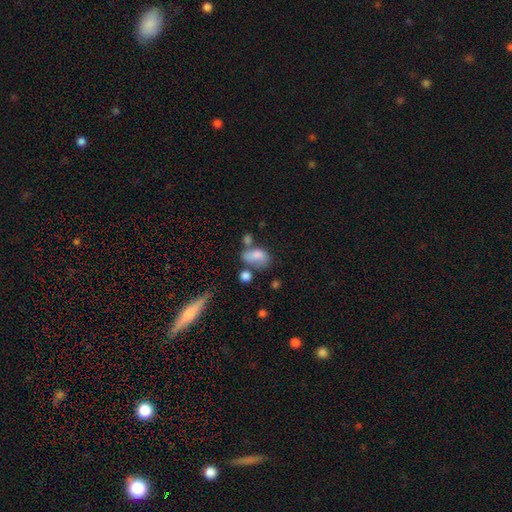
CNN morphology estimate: smooth_or_featured: smooth (p=0.74) [alt: featured or disk p=0.15]
how_rounded: in between (p=0.85) [alt: round p=0.13]
merging: merger (p=0.31) [alt: none p=0.30]